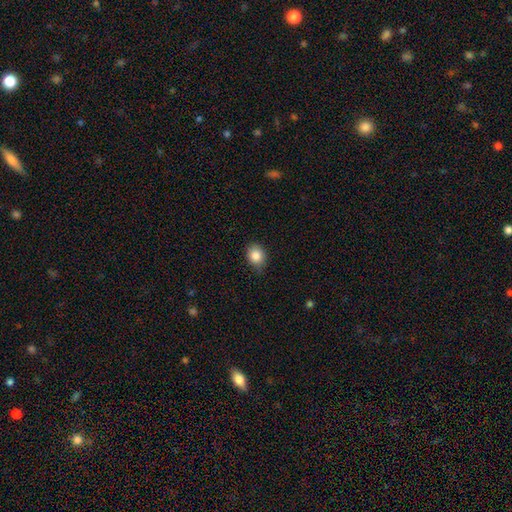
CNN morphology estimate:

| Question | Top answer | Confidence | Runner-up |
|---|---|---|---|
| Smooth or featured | smooth | 86% | star or artifact (9%) |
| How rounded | round | 53% | in between (46%) |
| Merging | none | 78% | minor disturbance (18%) |